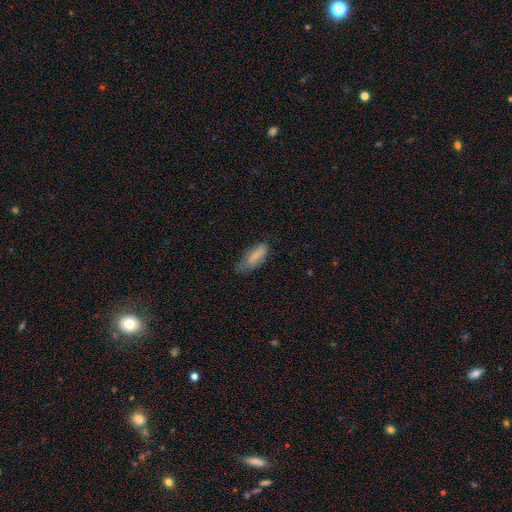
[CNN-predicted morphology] This appears to be a smooth galaxy with no disk features (79%) that is in between round and cigar-shaped (71%). Merging: none (48%).